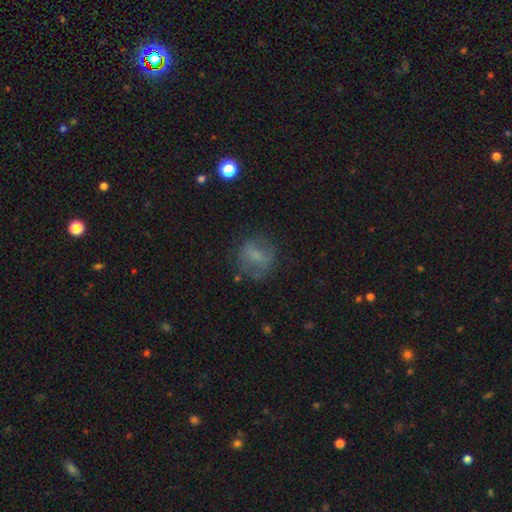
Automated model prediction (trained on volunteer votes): The model was most divided on "smooth or featured": smooth: 56%, featured or disk: 30%, star or artifact: 14%. More confident: merging — none (68%); how rounded — round (67%).